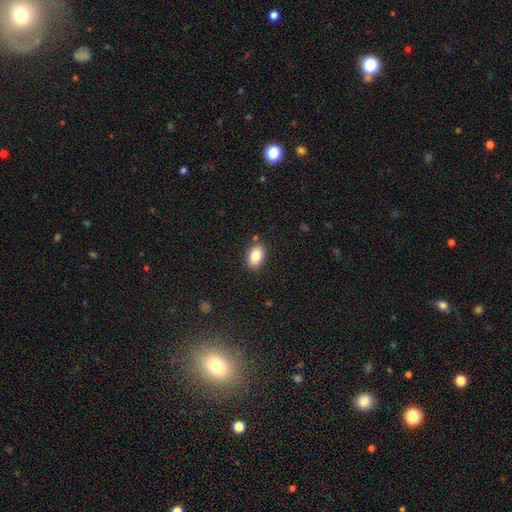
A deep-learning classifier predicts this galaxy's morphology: The model was most divided on "how rounded": in between: 87%, round: 12%, cigar-shaped: 1%. More confident: merging — none (86%); smooth or featured — smooth (85%).